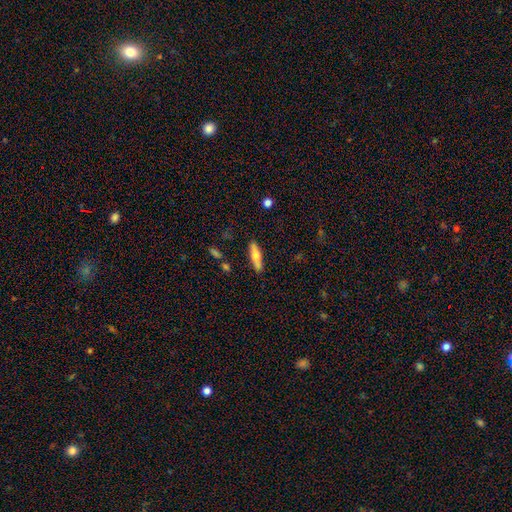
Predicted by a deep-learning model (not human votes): Morphology: type=smooth (61%); roundness=cigar-shaped (65%); merging=none (79%).